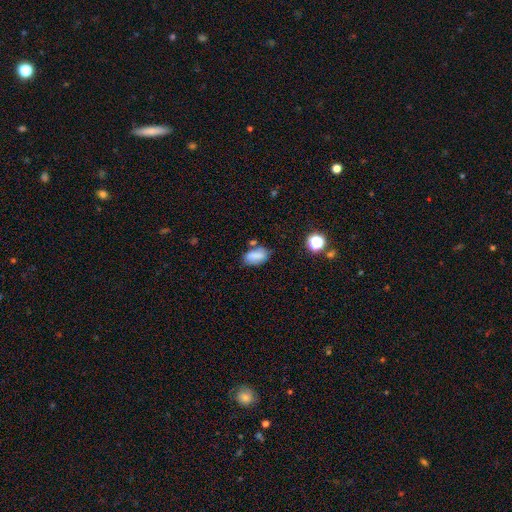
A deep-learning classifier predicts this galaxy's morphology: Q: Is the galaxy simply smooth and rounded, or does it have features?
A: smooth — 76%.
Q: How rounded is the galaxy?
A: in between — 88%.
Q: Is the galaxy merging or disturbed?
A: none — 62%.